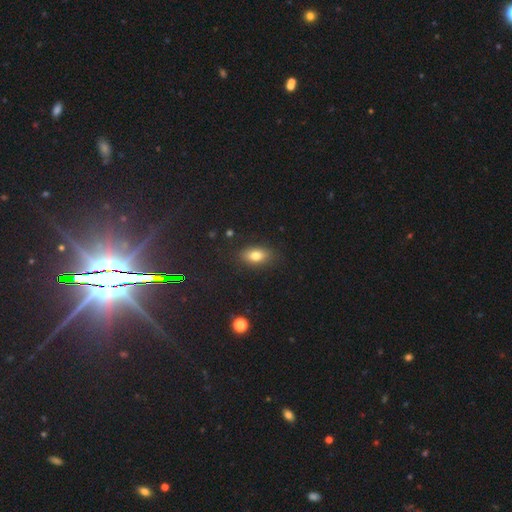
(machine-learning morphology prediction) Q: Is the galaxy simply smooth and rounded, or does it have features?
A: smooth — 78%.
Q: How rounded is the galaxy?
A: in between — 84%.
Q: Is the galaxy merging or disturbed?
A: none — 85%.